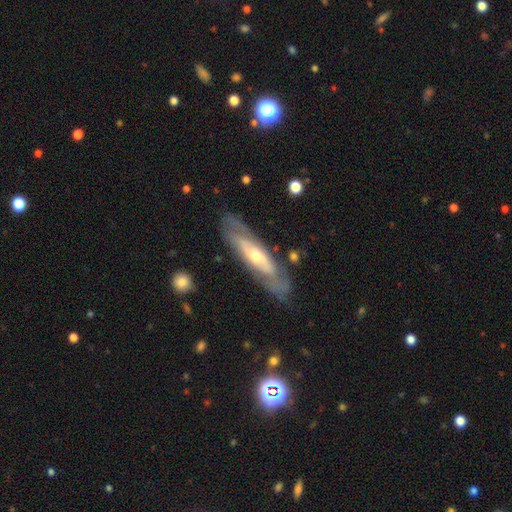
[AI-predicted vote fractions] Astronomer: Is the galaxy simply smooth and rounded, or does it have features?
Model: featured or disk — 69%.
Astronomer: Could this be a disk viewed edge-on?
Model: no — 69%.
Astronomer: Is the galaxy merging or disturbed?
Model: none — 78%.